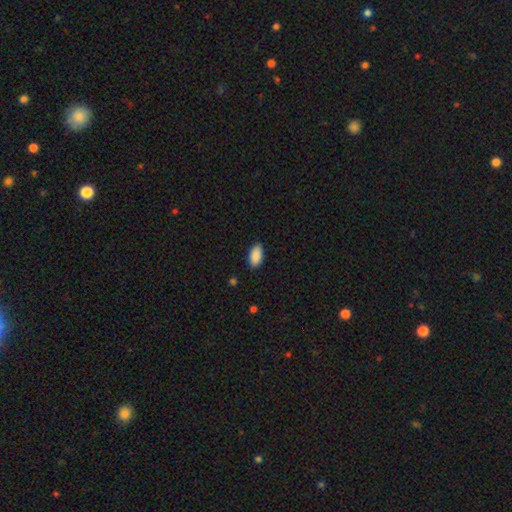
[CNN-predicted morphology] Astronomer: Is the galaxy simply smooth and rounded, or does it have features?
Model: smooth — 90%.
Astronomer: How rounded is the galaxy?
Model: in between — 94%.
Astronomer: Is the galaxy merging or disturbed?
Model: none — 88%.